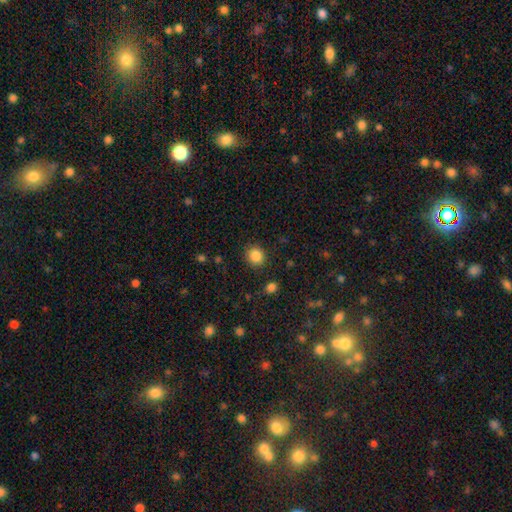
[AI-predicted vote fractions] smooth 85%, star or artifact 10%, featured or disk 4%. Down the decision tree: how rounded — round (83%); merging — none (88%).